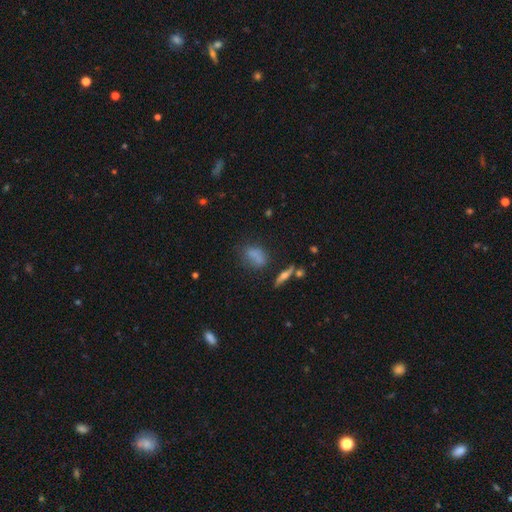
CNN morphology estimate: A smooth galaxy with no disk features (69%) that is in between round and cigar-shaped (70%).

Vote fractions:
- Smooth or featured? smooth: 69% / featured or disk: 16% / star or artifact: 14%
- How rounded? in between: 70% / round: 20% / cigar-shaped: 10%
- Merging? none: 55% / minor disturbance: 23% / major disturbance: 12% / merger: 11%